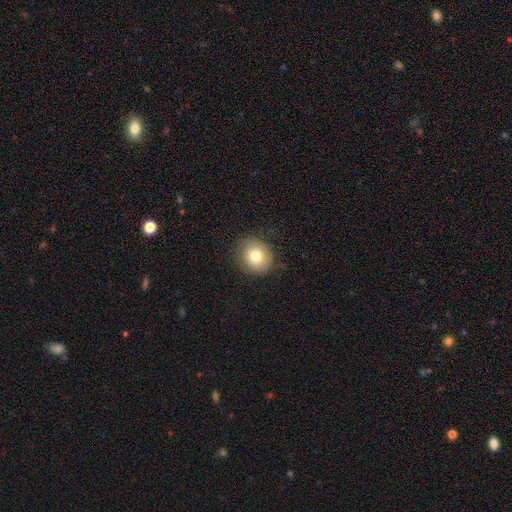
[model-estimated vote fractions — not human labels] Smooth or featured: smooth — 79% (featured or disk — 12%)
How rounded: round — 76% (in between — 23%)
Merging: none — 82% (minor disturbance — 13%)